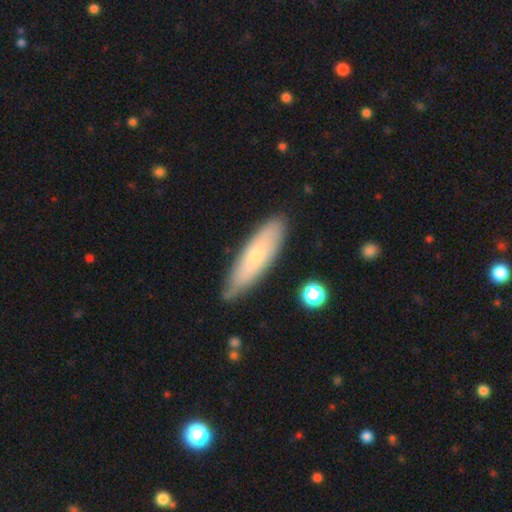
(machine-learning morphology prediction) smooth-or-featured: smooth: 65% | featured or disk: 29% | star or artifact: 6%
  how-rounded: cigar-shaped: 66% | in between: 33% | round: 2%
  merging: none: 80% | minor disturbance: 15% | major disturbance: 3% | merger: 2%